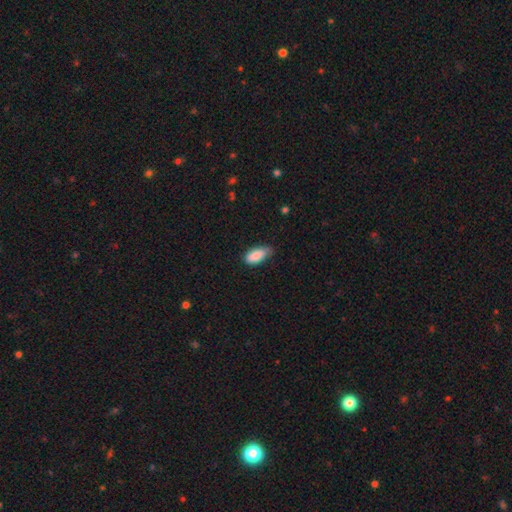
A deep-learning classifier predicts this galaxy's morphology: Q: Smooth or featured?
A: smooth (86%); runner-up: featured or disk (7%)
Q: How rounded?
A: in between (88%); runner-up: cigar-shaped (10%)
Q: Merging?
A: none (61%); runner-up: minor disturbance (33%)